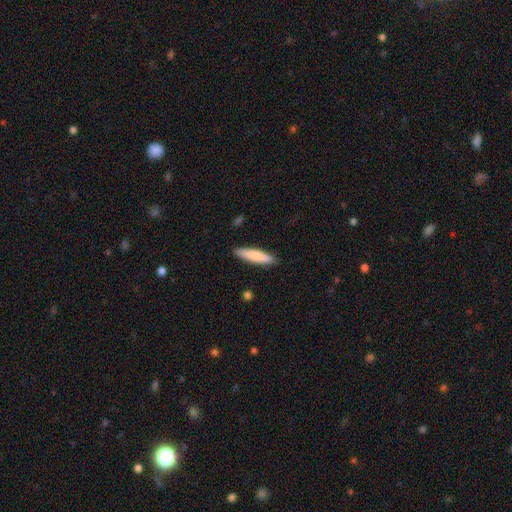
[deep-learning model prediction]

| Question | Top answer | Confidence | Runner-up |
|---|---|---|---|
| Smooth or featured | smooth | 79% | featured or disk (16%) |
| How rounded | cigar-shaped | 83% | in between (16%) |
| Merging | none | 89% | minor disturbance (9%) |